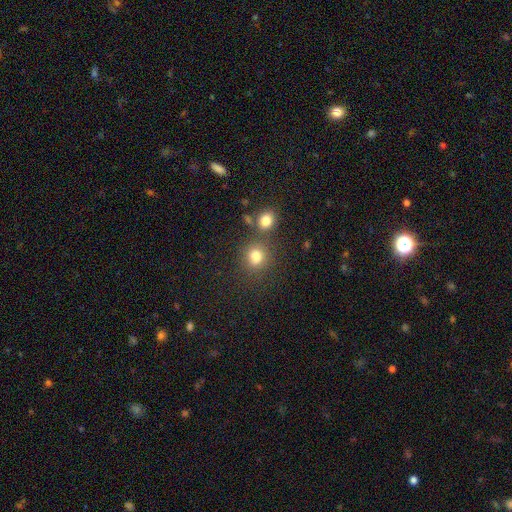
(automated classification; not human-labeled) The model was most divided on "merging": none: 66%, merger: 18%, minor disturbance: 11%, major disturbance: 5%. More confident: smooth or featured — smooth (79%); how rounded — round (77%).